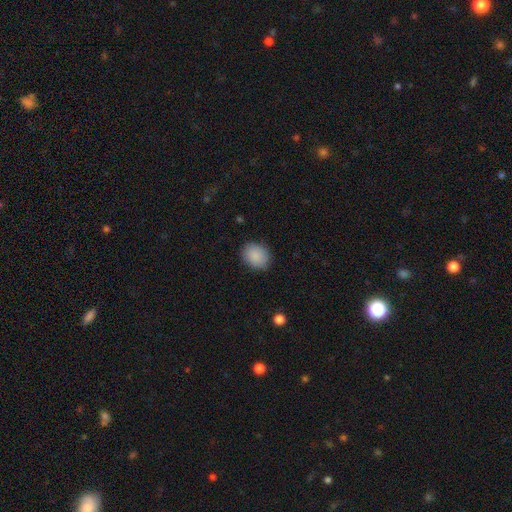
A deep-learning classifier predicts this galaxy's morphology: This is clearly a smooth galaxy (89%). How rounded: possibly round (56%). Merging: clearly none (86%).